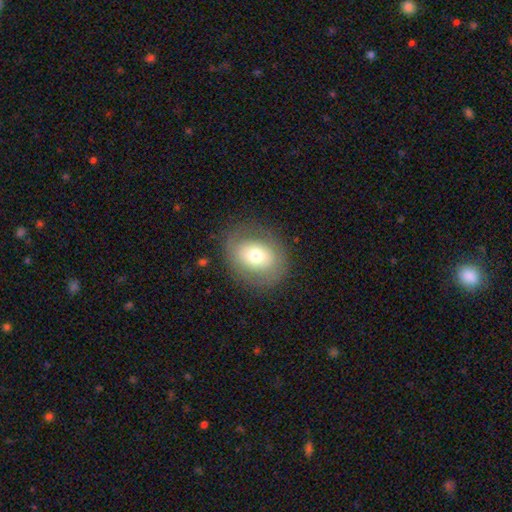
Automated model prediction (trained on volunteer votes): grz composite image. It shows a smooth galaxy with no disk features (64%) that is in between round and cigar-shaped (52%). Merging: none (80%).